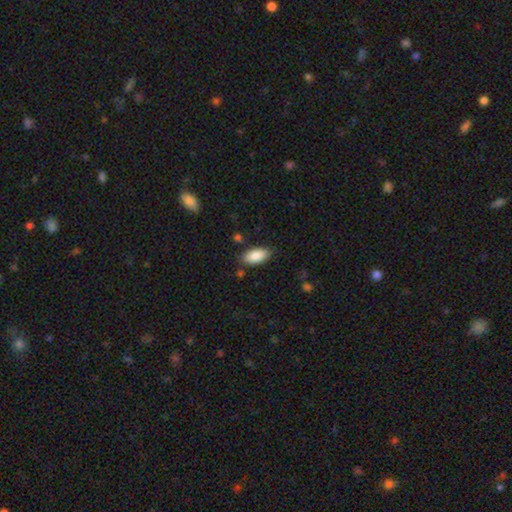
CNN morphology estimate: smooth 86%, featured or disk 7%, star or artifact 6%. Down the decision tree: how rounded — in between (91%); merging — none (81%).